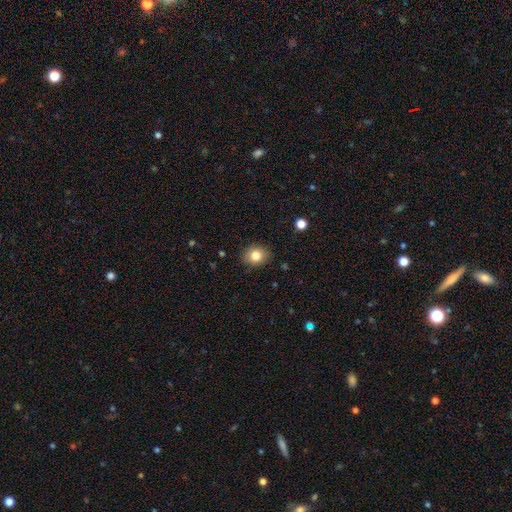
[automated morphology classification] smooth 82%, star or artifact 10%, featured or disk 8%. Down the decision tree: how rounded — round (66%); merging — none (87%).